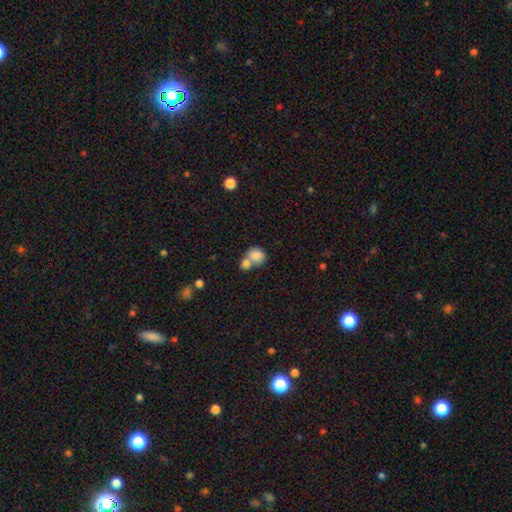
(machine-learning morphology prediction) This appears to be a smooth galaxy with no disk features (82%) that is round (68%). Merging: merger (59%).